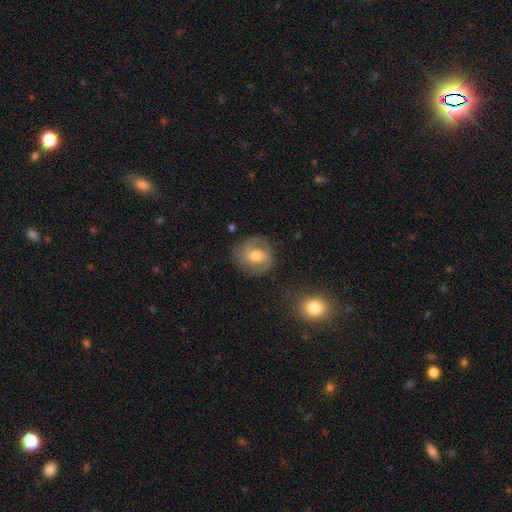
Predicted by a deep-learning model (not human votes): Overall: featured or disk (58%; smooth 34%). Edge-on disk: no (97%). Bar: weak (44%; no 41%). Spiral arms: yes (78%). Bulge size: moderate (73%). Merging: none (73%).